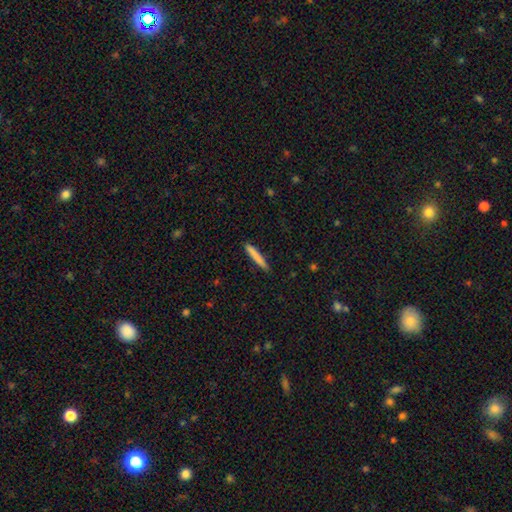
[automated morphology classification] type=smooth (80%); roundness=cigar-shaped (95%); merging=none (89%).